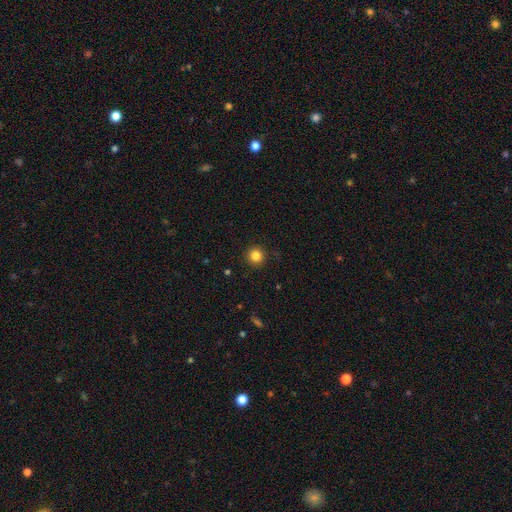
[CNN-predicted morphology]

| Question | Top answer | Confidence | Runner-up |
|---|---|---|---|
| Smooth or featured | smooth | 84% | star or artifact (12%) |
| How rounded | round | 95% | in between (4%) |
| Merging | none | 92% | minor disturbance (5%) |